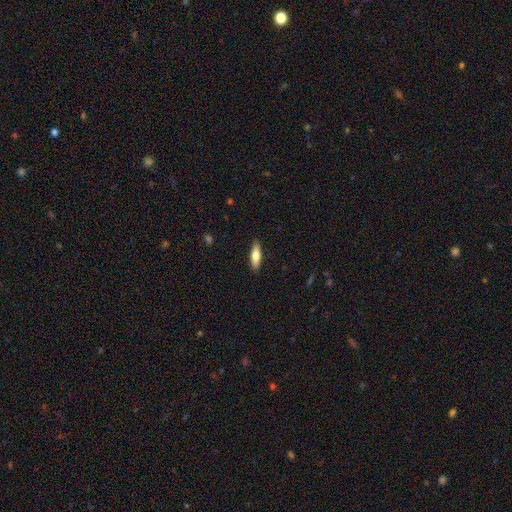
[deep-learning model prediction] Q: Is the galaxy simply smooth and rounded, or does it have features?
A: smooth — 66%.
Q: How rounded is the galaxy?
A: cigar-shaped — 56%.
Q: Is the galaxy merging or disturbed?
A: none — 90%.